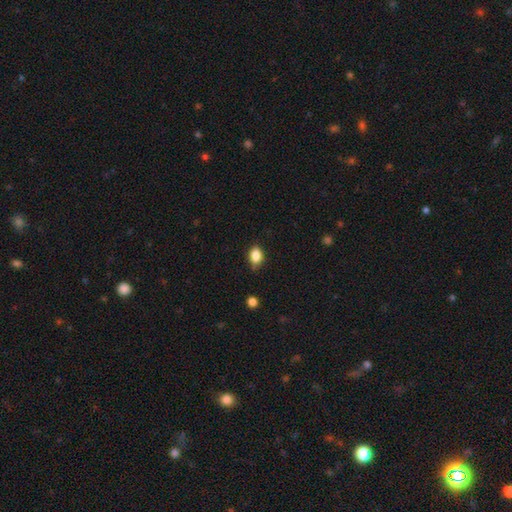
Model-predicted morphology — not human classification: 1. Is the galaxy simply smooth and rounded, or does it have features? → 84% smooth, 9% star or artifact, 7% featured or disk.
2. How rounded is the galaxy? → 73% in between, 25% round, 2% cigar-shaped.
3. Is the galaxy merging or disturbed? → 71% none, 24% minor disturbance, 4% major disturbance, 2% merger.